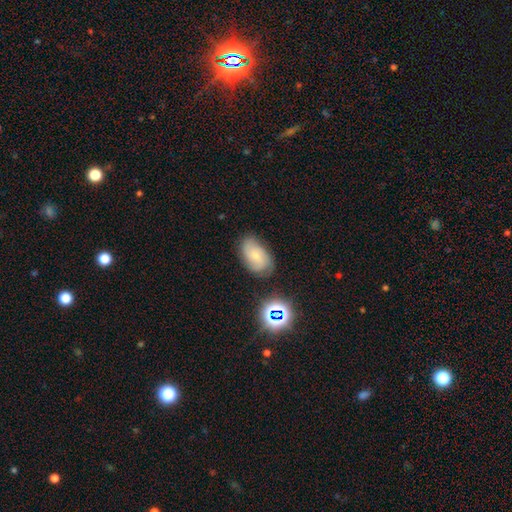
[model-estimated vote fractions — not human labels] Smooth or featured?
  - featured or disk: 44% *
  - smooth: 43%
  - star or artifact: 13%
Merging?
  - none: 70% *
  - minor disturbance: 21%
  - major disturbance: 6%
  - merger: 3%